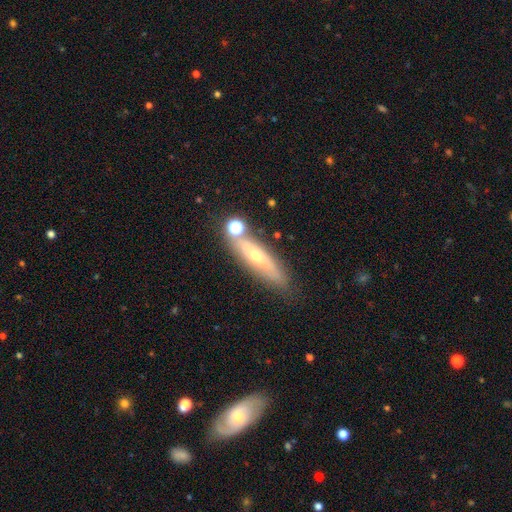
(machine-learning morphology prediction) Smooth or featured? featured or disk (50%)
Merging? none (69%)